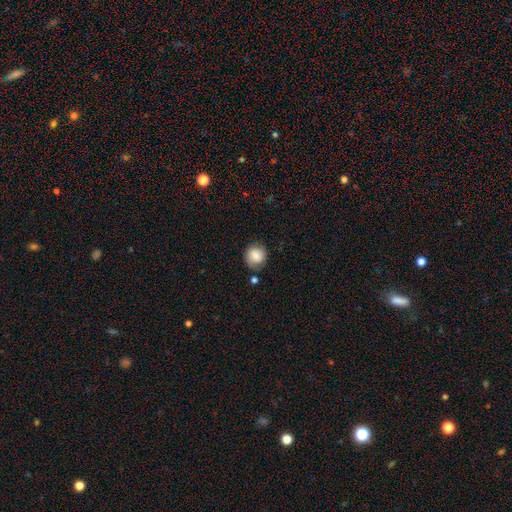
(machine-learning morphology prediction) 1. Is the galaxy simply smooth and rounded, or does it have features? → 80% smooth, 12% featured or disk, 8% star or artifact.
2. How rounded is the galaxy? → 87% round, 12% in between, 1% cigar-shaped.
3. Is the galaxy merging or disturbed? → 73% none, 17% minor disturbance, 5% major disturbance, 4% merger.